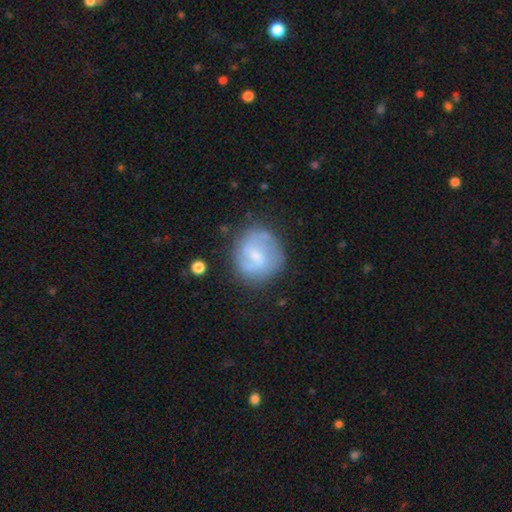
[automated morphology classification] This appears to be a featured or disk galaxy (62%) with a weak bar (58%), spiral arms (82%) and a small central bulge (54%). Merging: none (73%).